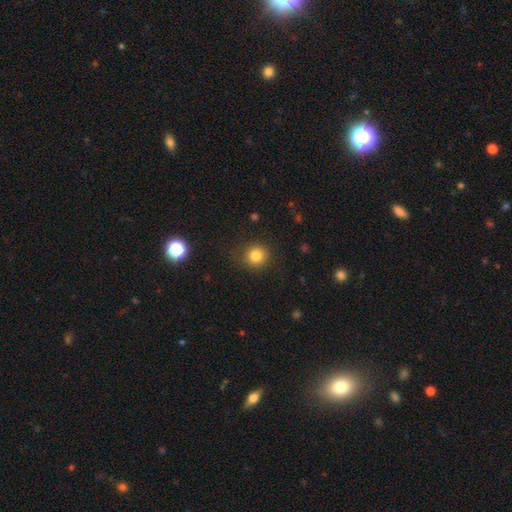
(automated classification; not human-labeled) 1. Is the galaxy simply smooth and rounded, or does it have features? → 82% smooth, 12% star or artifact, 6% featured or disk.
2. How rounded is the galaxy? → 90% round, 9% in between, 1% cigar-shaped.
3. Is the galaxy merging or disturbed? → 85% none, 10% minor disturbance, 4% major disturbance, 1% merger.